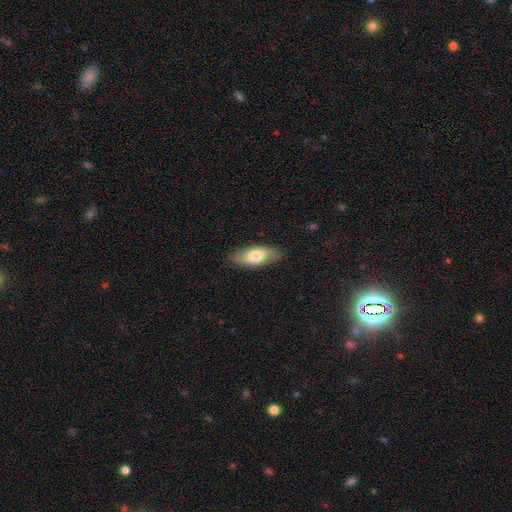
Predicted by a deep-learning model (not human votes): A smooth galaxy with no disk features (71%) that is in between round and cigar-shaped (84%). Merging: none (83%).